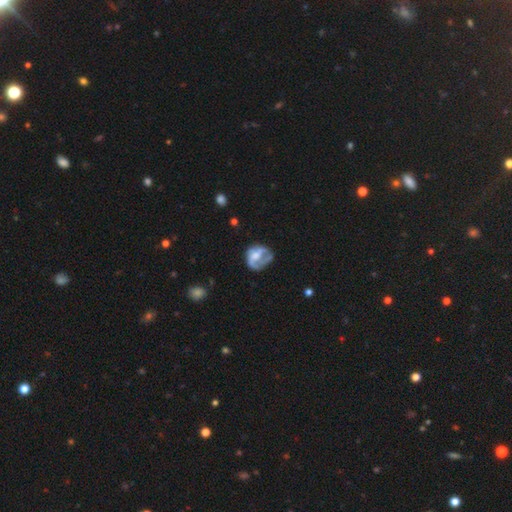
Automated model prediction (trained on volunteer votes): A featured or disk galaxy (53%) with no bar (59%), no spiral arms (58%) and a moderate central bulge (39%). Merging: none (37%).